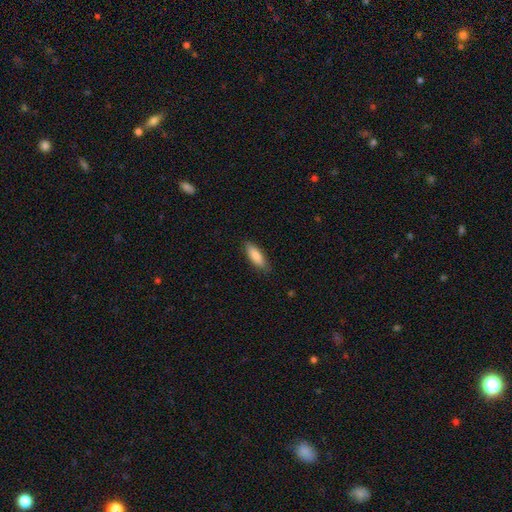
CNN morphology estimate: smooth 85%, featured or disk 9%, star or artifact 6%. Down the decision tree: how rounded — in between (58%); merging — none (85%).